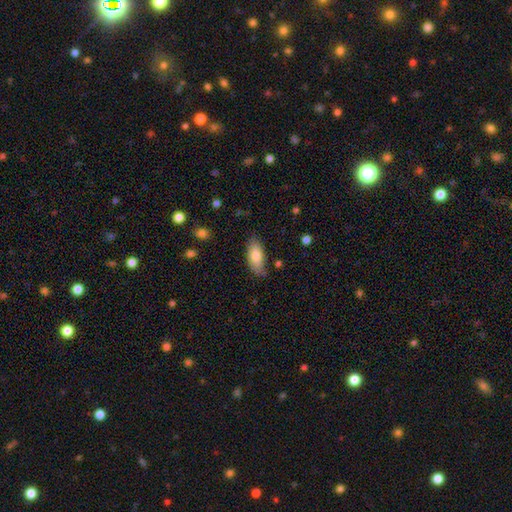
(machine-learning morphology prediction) type=smooth (82%); roundness=in between (87%); merging=none (77%).